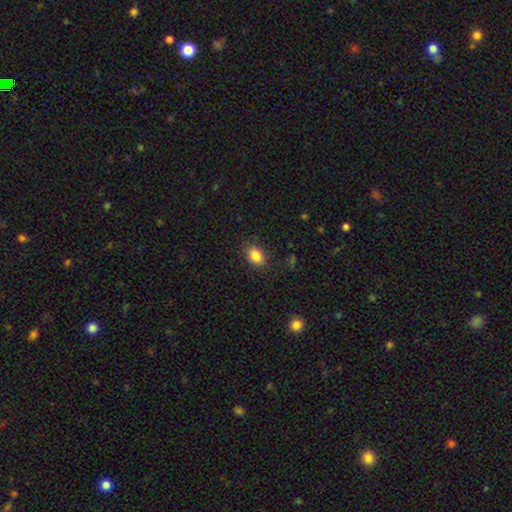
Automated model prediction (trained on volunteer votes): Morphology: type=smooth (85%); roundness=in between (75%); merging=none (86%).